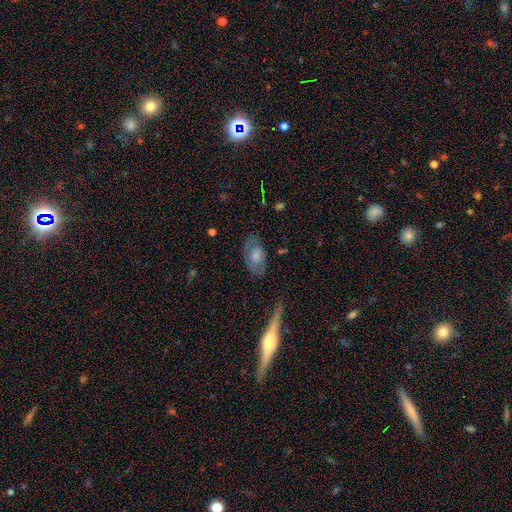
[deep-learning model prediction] Smooth or featured? Predicted: smooth (p=0.58). How rounded? Predicted: in between (p=0.89). Merging? Predicted: none (p=0.68).